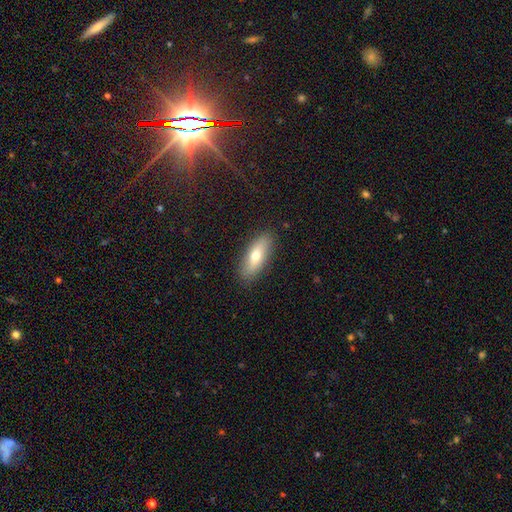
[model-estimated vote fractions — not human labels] This is likely a smooth galaxy (71%). How rounded: likely in between (66%). Merging: clearly none (88%).